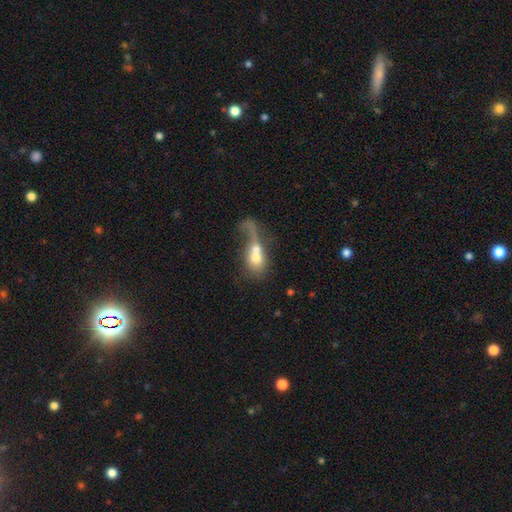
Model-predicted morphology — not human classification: smooth-or-featured: smooth: 54% | featured or disk: 35% | star or artifact: 11%
  how-rounded: in between: 54% | round: 36% | cigar-shaped: 11%
  merging: merger: 56% | major disturbance: 24% | none: 12% | minor disturbance: 7%